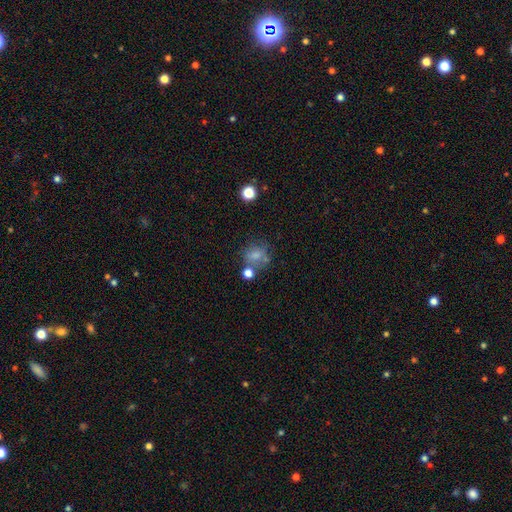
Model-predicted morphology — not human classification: Overall: smooth (69%). How rounded: round (62%; in between 37%). Merging: none (50%; merger 19%).